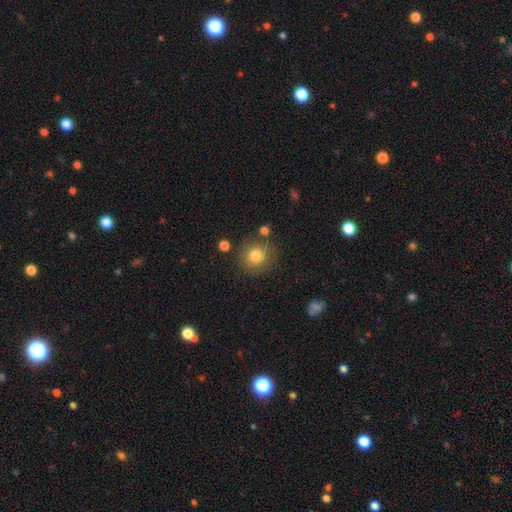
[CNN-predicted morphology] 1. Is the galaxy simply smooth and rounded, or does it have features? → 80% smooth, 11% star or artifact, 9% featured or disk.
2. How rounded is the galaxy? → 90% round, 9% in between, 1% cigar-shaped.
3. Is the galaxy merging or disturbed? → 81% none, 11% minor disturbance, 4% merger, 4% major disturbance.